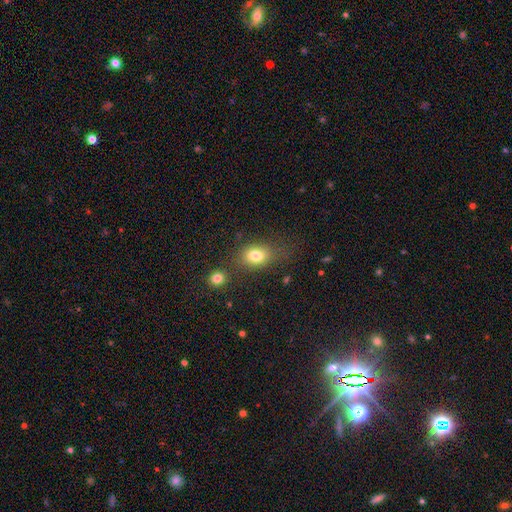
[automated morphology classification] type=smooth (79%); roundness=in between (72%); merging=none (64%).